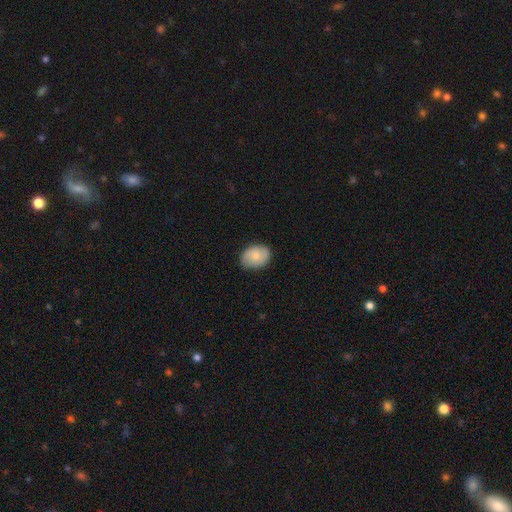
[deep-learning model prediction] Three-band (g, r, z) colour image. It shows a smooth galaxy with no disk features (74%) that is in between round and cigar-shaped (67%). Merging: none (81%).